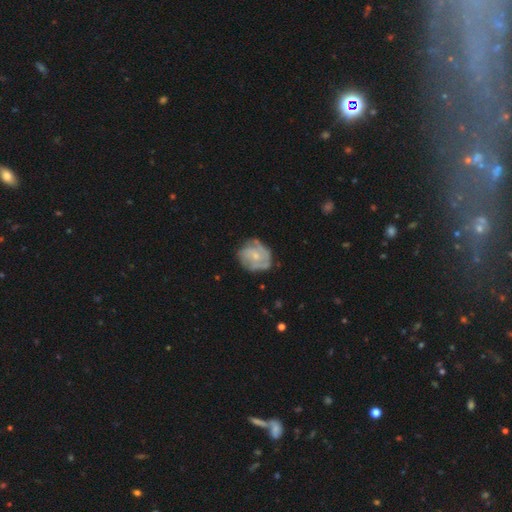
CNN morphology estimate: Smooth or featured? featured or disk (67%)
Edge-on disk? no (98%)
Bar? no (75%)
Spiral arms? yes (77%)
Spiral winding? tight (51%)
Spiral arm count? can't tell (38%)
Bulge size? small (62%)
Merging? none (63%)